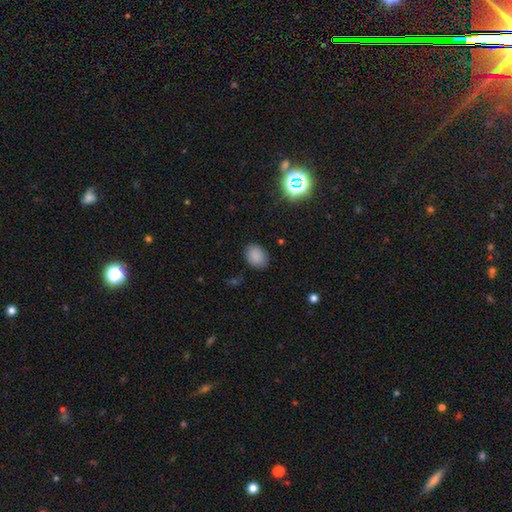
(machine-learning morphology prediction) This appears to be a smooth galaxy with no disk features (85%) that is in between round and cigar-shaped (63%). Merging: none (84%).